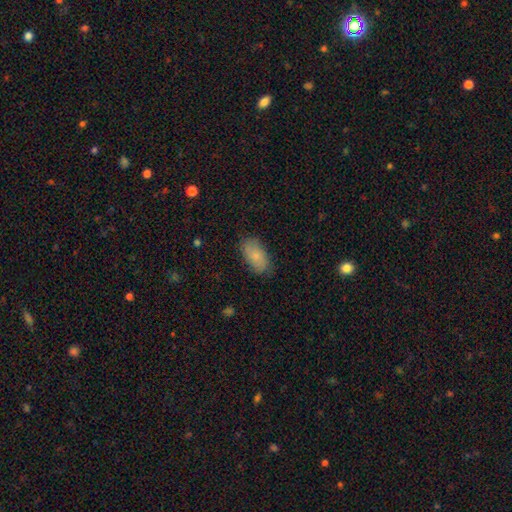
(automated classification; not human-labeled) smooth-or-featured: smooth: 79% | featured or disk: 14% | star or artifact: 7%
  how-rounded: in between: 93% | round: 3% | cigar-shaped: 3%
  merging: none: 80% | minor disturbance: 16% | major disturbance: 3% | merger: 1%